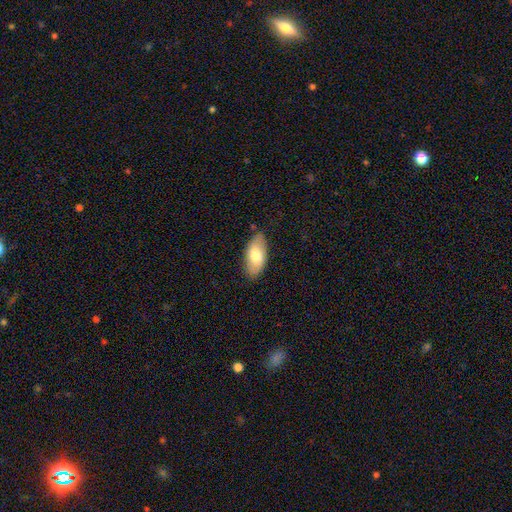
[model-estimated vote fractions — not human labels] Morphology: type=smooth (73%); roundness=in between (93%); merging=none (78%).